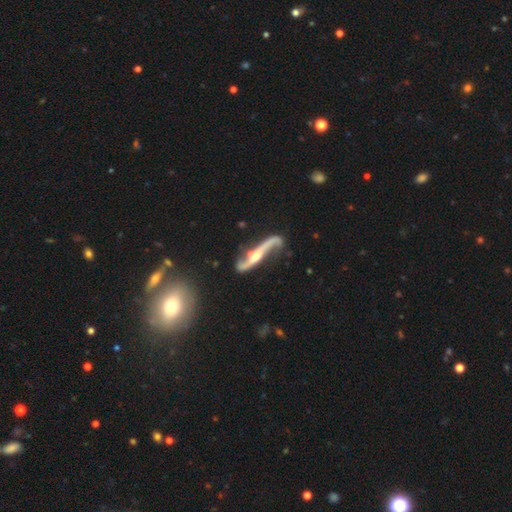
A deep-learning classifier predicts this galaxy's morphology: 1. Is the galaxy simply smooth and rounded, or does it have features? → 89% featured or disk, 6% smooth, 5% star or artifact.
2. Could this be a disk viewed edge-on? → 74% no, 26% yes.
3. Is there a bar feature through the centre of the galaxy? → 46% no, 31% weak, 23% strong.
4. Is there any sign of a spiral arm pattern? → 96% yes, 4% no.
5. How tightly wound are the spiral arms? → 87% loose, 9% medium, 4% tight.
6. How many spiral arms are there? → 92% 2, 3% 1, 2% can't tell, 1% 3, 1% 4, 1% more than 4.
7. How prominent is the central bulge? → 48% moderate, 37% small, 7% large, 5% none, 2% dominant.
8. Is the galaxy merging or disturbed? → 65% none, 20% minor disturbance, 10% major disturbance, 5% merger.